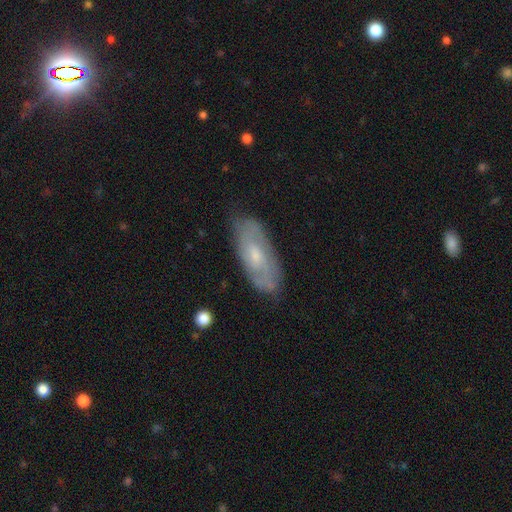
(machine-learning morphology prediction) Smooth or featured: featured or disk — 56% (smooth — 38%)
Edge-on disk: no — 84% (yes — 16%)
Merging: none — 73% (minor disturbance — 20%)